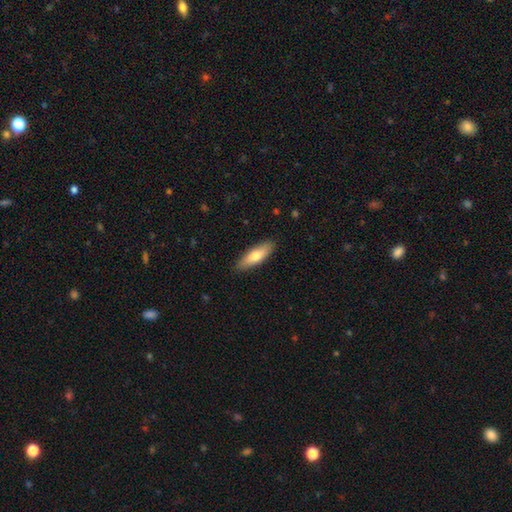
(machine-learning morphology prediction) Smooth or featured? Predicted: smooth (p=0.73). How rounded? Predicted: in between (p=0.50). Merging? Predicted: none (p=0.88).